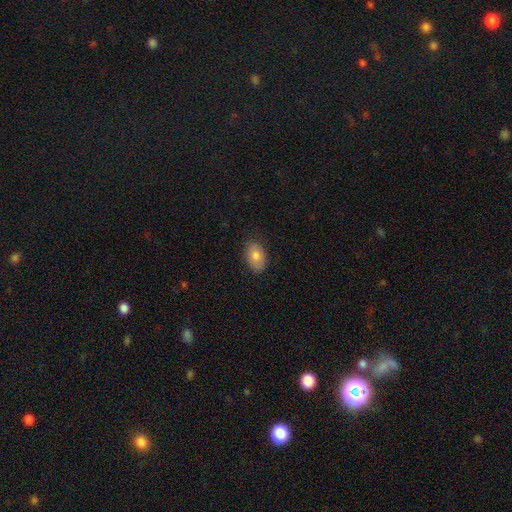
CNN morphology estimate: A smooth galaxy with no disk features (83%) that is in between round and cigar-shaped (90%). Merging: none (84%).